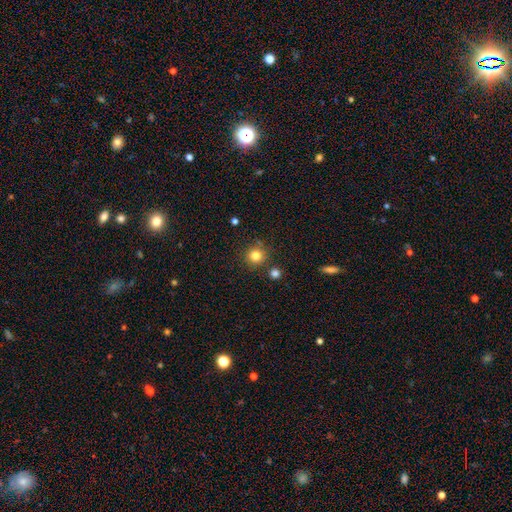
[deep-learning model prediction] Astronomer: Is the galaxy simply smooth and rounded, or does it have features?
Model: smooth — 81%.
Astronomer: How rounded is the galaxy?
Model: round — 93%.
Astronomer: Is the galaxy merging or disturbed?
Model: none — 82%.